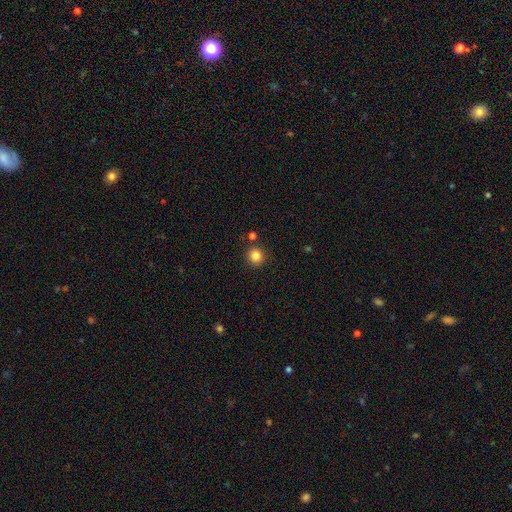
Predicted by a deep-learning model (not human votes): A smooth galaxy with no disk features (84%) that is round (93%). Merging: none (86%).